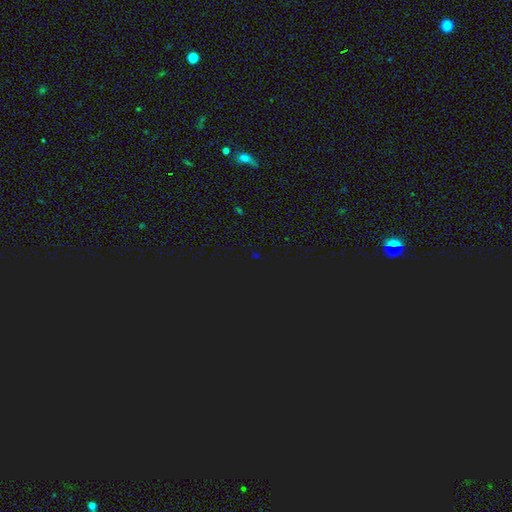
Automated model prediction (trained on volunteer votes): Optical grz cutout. It shows a star or artifact, not a galaxy (76%).